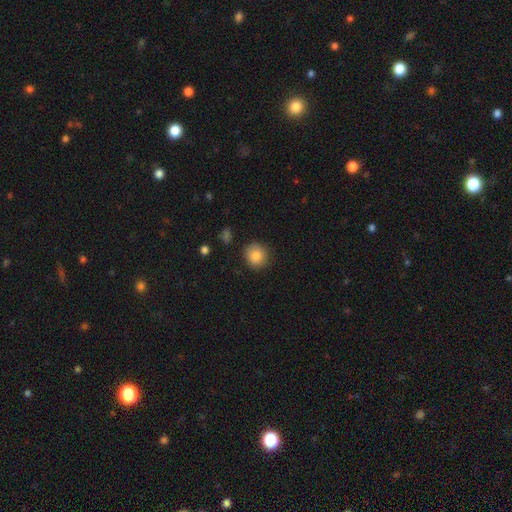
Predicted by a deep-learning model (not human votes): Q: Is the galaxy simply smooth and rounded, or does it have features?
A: smooth — 85%.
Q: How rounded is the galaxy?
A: round — 89%.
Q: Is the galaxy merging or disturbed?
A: none — 86%.